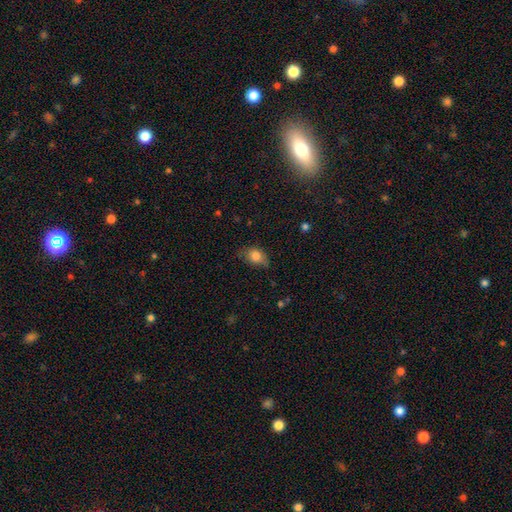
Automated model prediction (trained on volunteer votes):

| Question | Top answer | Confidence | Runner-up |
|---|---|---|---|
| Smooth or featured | smooth | 80% | featured or disk (11%) |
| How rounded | in between | 77% | round (21%) |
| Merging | none | 59% | minor disturbance (32%) |